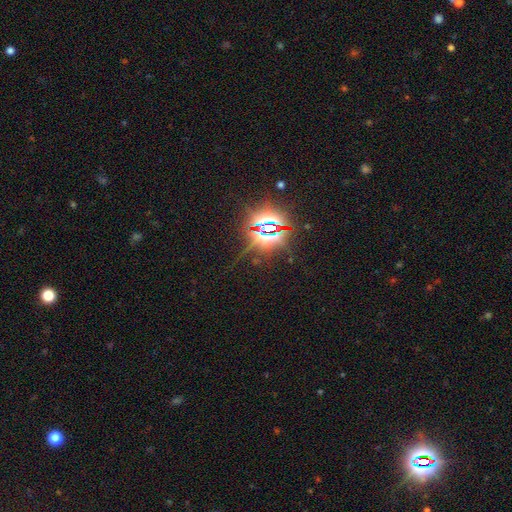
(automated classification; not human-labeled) smooth_or_featured: star or artifact (p=0.83) [alt: smooth p=0.12]